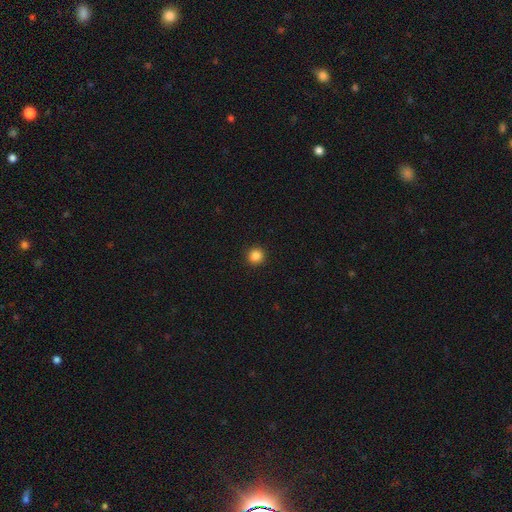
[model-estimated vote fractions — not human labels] Smooth or featured? smooth (86%)
How rounded? round (95%)
Merging? none (93%)